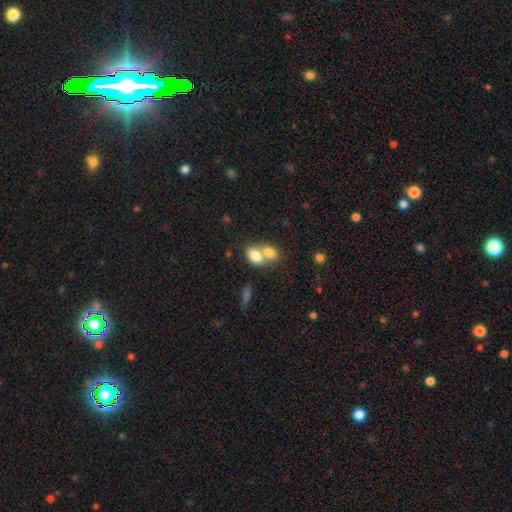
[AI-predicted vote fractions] smooth_or_featured: smooth (p=0.79) [alt: featured or disk p=0.13]
how_rounded: in between (p=0.84) [alt: round p=0.14]
merging: merger (p=0.65) [alt: none p=0.25]